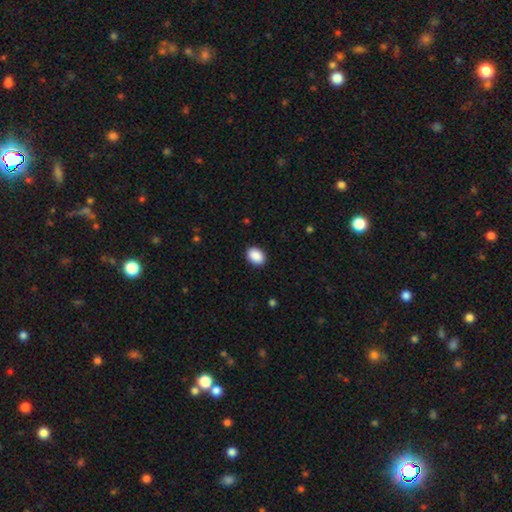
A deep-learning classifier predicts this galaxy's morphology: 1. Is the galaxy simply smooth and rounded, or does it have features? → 90% smooth, 7% star or artifact, 3% featured or disk.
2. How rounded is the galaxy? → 79% in between, 20% round, 1% cigar-shaped.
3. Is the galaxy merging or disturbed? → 90% none, 7% minor disturbance, 2% major disturbance, 1% merger.